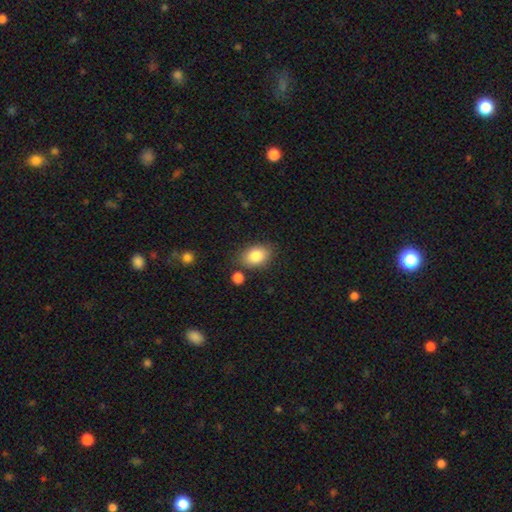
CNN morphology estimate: Smooth or featured? Predicted: smooth (p=0.83). How rounded? Predicted: in between (p=0.80). Merging? Predicted: none (p=0.78).